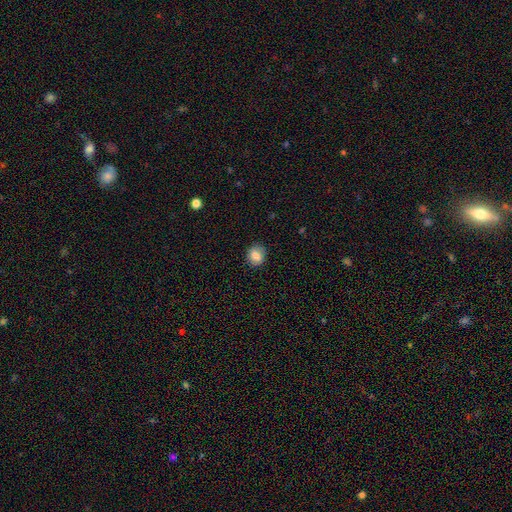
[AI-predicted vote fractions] This appears to be a smooth galaxy with no disk features (81%) that is round (66%). Merging: none (83%).